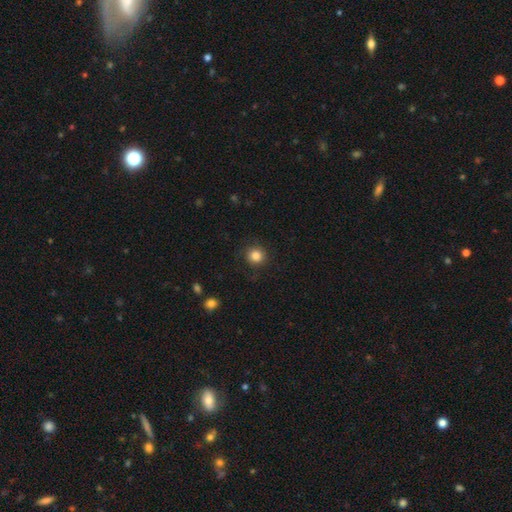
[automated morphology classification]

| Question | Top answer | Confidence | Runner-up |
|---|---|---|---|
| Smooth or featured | smooth | 85% | star or artifact (11%) |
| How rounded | round | 92% | in between (7%) |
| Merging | none | 88% | minor disturbance (8%) |